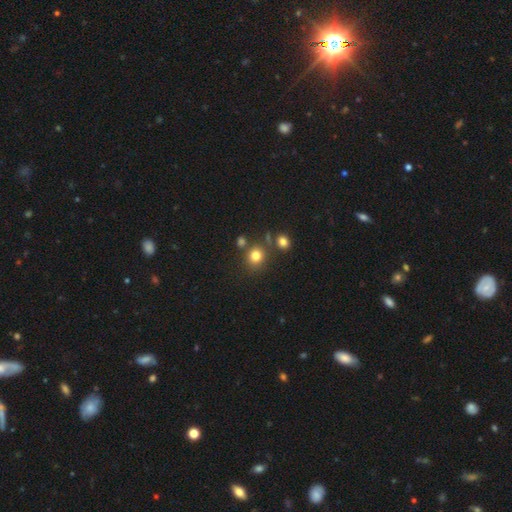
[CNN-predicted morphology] smooth 79%, star or artifact 14%, featured or disk 7%. Down the decision tree: how rounded — round (83%); merging — none (73%).